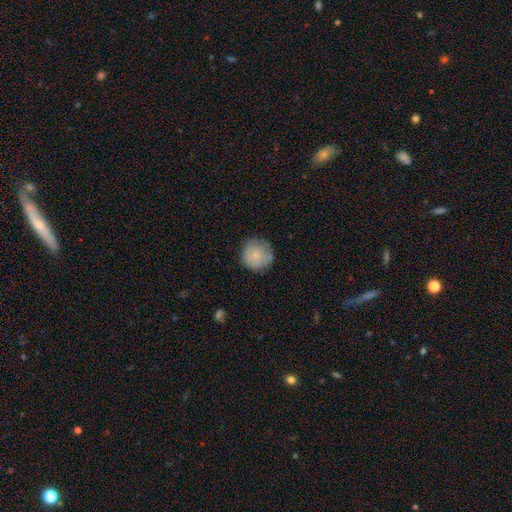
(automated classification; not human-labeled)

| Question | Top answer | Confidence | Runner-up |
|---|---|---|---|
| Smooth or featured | smooth | 78% | featured or disk (15%) |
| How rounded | round | 94% | in between (5%) |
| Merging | none | 78% | minor disturbance (16%) |